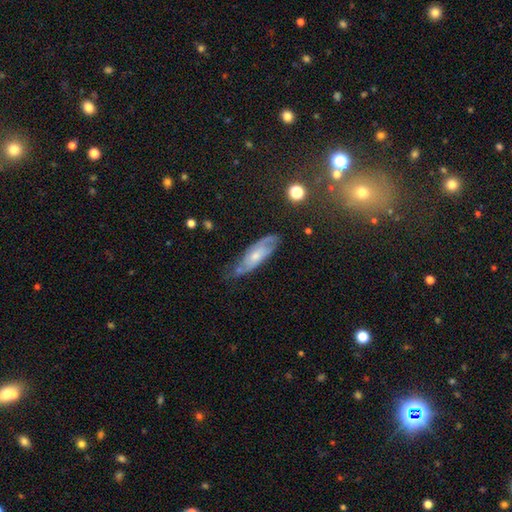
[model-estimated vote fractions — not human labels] A featured or disk galaxy (66%) with no bar (67%), spiral arms (86%) and a small central bulge (54%).

Vote fractions:
- Smooth or featured? featured or disk: 66% / smooth: 24% / star or artifact: 10%
- Edge-on disk? no: 79% / yes: 21%
- Bar? no: 67% / weak: 28% / strong: 5%
- Spiral arms? yes: 86% / no: 14%
- Bulge size? small: 54% / moderate: 39% / none: 4% / large: 2% / dominant: 1%
- Merging? none: 63% / minor disturbance: 27% / major disturbance: 8% / merger: 2%